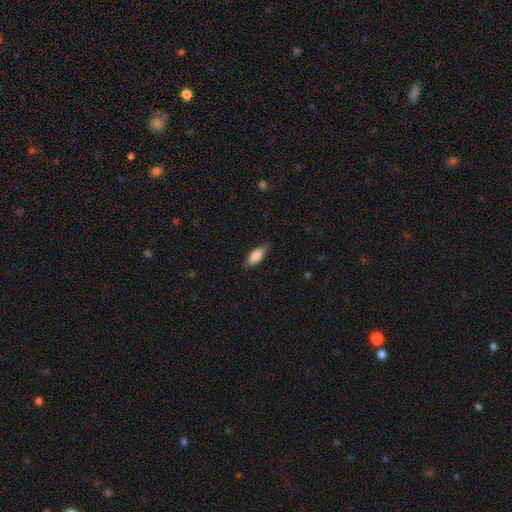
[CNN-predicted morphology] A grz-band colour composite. It shows a smooth galaxy with no disk features (84%) that is in between round and cigar-shaped (78%). Merging: none (73%).